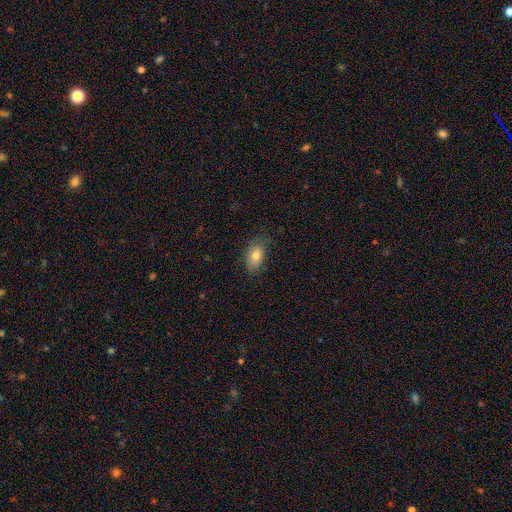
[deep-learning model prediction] smooth_or_featured: smooth (p=0.80) [alt: featured or disk p=0.12]
how_rounded: in between (p=0.87) [alt: round p=0.11]
merging: none (p=0.73) [alt: minor disturbance p=0.21]